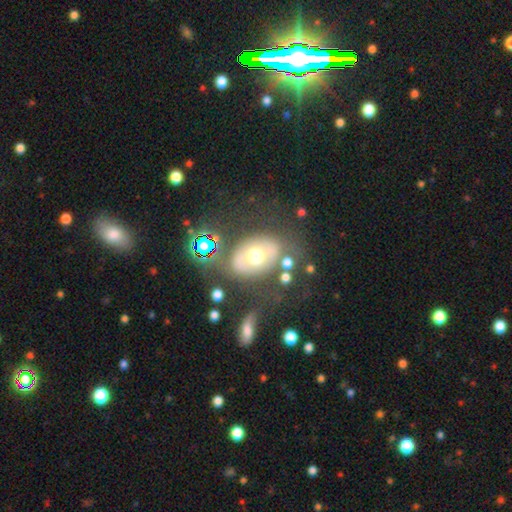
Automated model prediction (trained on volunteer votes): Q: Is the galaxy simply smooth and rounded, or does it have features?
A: featured or disk — 47%.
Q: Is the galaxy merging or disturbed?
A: none — 60%.